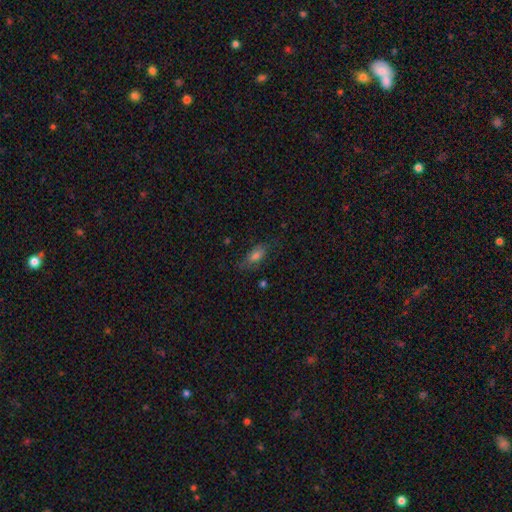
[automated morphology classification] This appears to be a smooth galaxy with no disk features (62%) that is in between round and cigar-shaped (76%). Merging: none (69%).